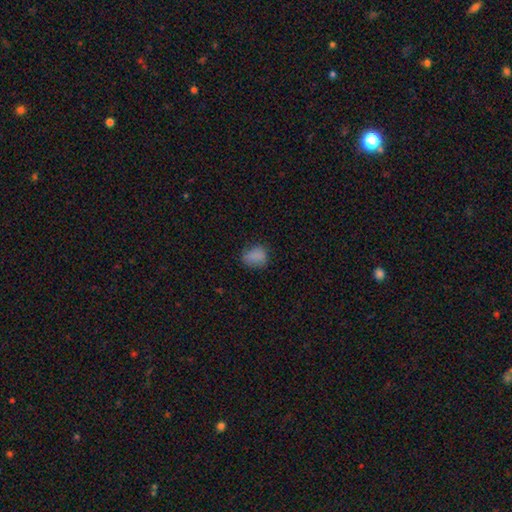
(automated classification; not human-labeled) Q: Smooth or featured?
A: smooth (82%); runner-up: star or artifact (12%)
Q: How rounded?
A: in between (58%); runner-up: round (40%)
Q: Merging?
A: none (69%); runner-up: minor disturbance (23%)